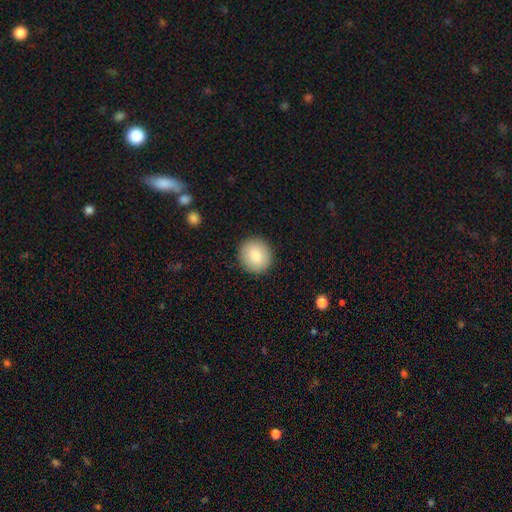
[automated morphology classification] Smooth or featured? smooth (81%)
How rounded? round (91%)
Merging? none (91%)